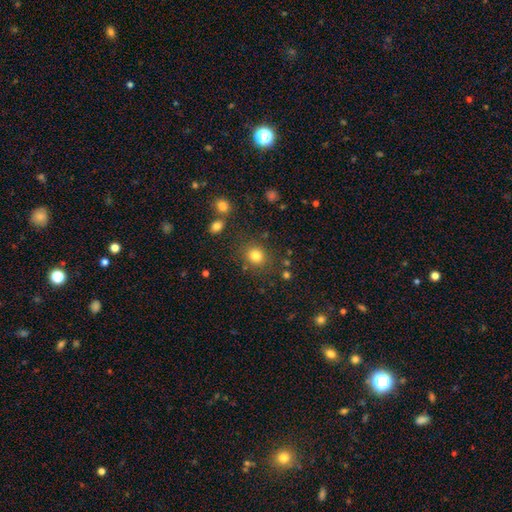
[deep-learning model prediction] Smooth or featured: smooth — 80% (star or artifact — 14%)
How rounded: round — 80% (in between — 19%)
Merging: none — 83% (minor disturbance — 9%)